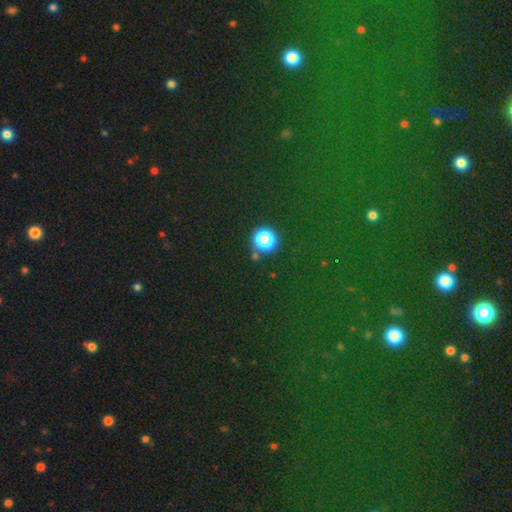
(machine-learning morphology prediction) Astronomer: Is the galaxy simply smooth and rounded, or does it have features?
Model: smooth — 65%.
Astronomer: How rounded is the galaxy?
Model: round — 92%.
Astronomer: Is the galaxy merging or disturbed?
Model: none — 89%.